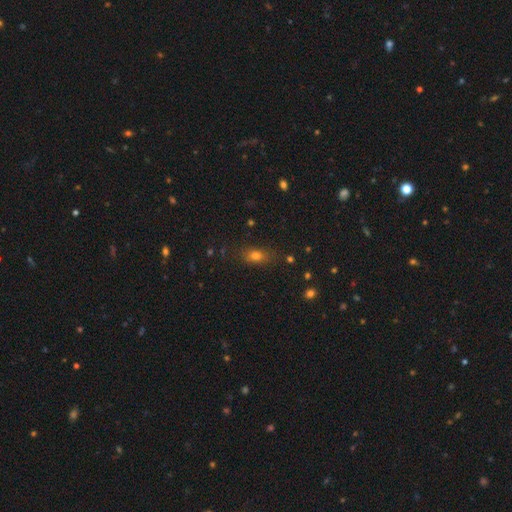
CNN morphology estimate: type=smooth (74%); roundness=in between (71%); merging=none (78%).